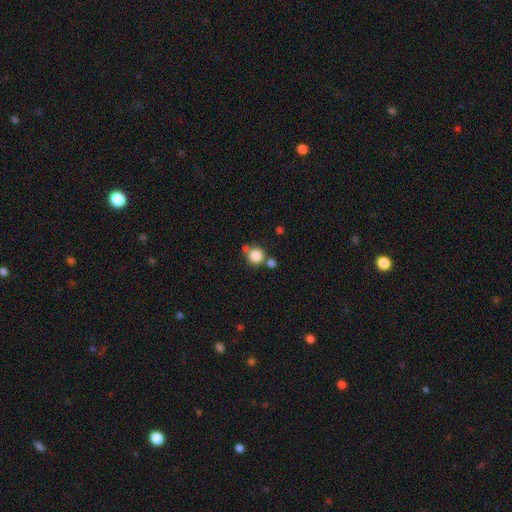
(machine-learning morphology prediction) Smooth or featured?
  - smooth: 84% *
  - star or artifact: 10%
  - featured or disk: 6%
How rounded?
  - round: 92% *
  - in between: 7%
  - cigar-shaped: 1%
Merging?
  - none: 62% *
  - merger: 22%
  - minor disturbance: 11%
  - major disturbance: 4%